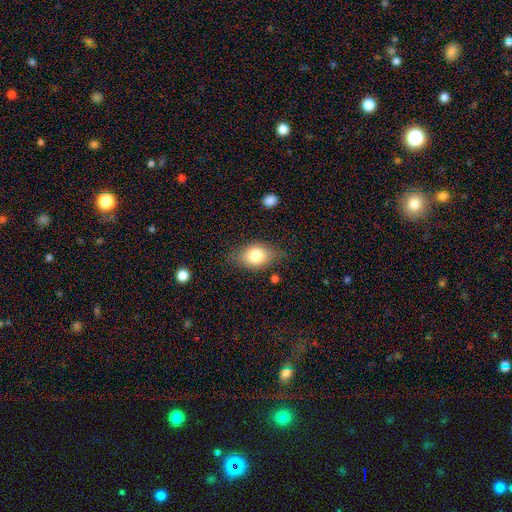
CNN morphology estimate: Smooth or featured: smooth — 75% (featured or disk — 16%)
How rounded: in between — 75% (round — 22%)
Merging: none — 72% (minor disturbance — 20%)